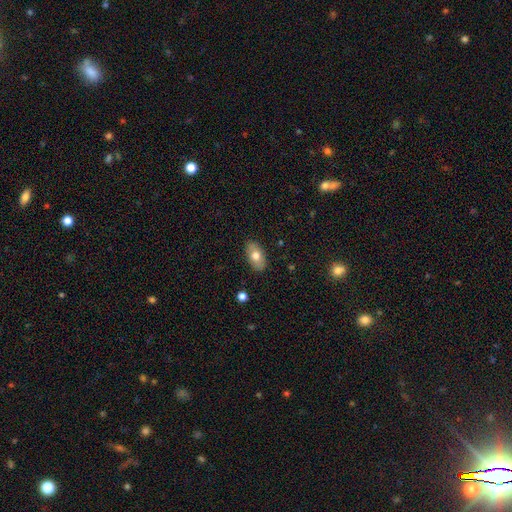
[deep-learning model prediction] Smooth or featured: smooth — 71% (featured or disk — 22%)
How rounded: in between — 92% (round — 5%)
Merging: none — 86% (minor disturbance — 11%)